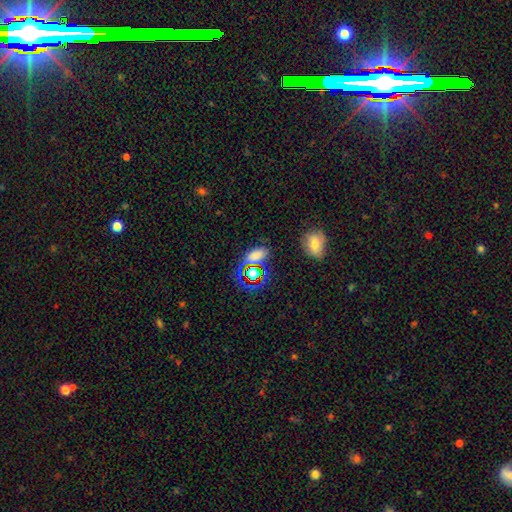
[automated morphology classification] This is likely a smooth galaxy (65%). How rounded: clearly in between (86%). Merging: likely none (73%).